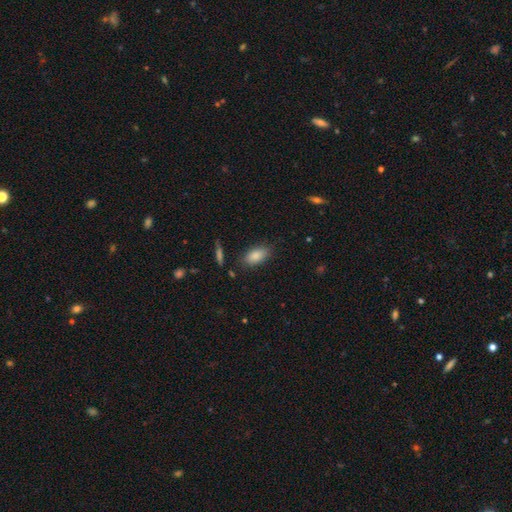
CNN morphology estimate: A smooth galaxy with no disk features (86%) that is in between round and cigar-shaped (90%). Merging: none (82%).